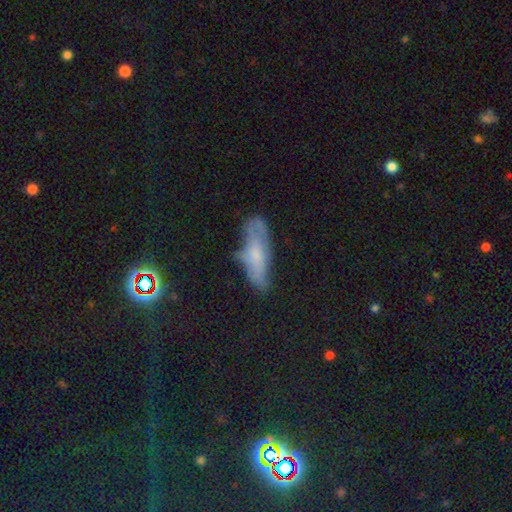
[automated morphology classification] Overall: smooth (53%; featured or disk 31%). How rounded: in between (52%; cigar-shaped 45%). Merging: none (56%; minor disturbance 29%).